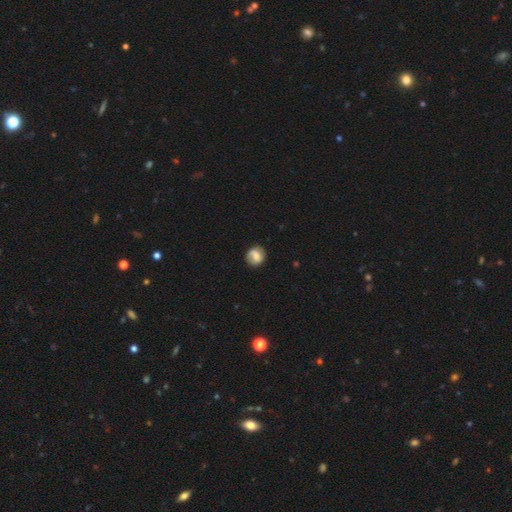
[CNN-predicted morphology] Q: Smooth or featured?
A: smooth (64%); runner-up: featured or disk (28%)
Q: How rounded?
A: round (82%); runner-up: in between (17%)
Q: Merging?
A: none (76%); runner-up: minor disturbance (16%)